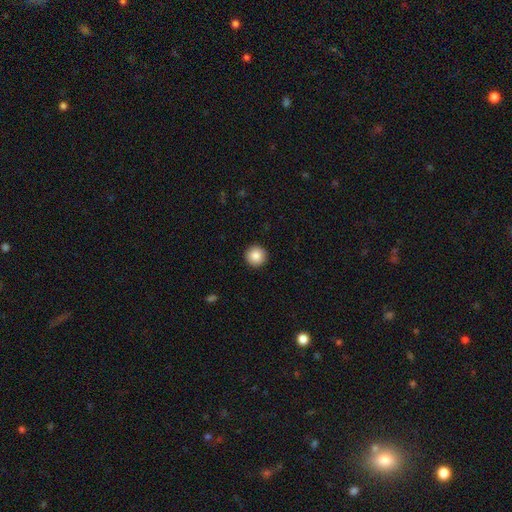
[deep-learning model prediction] Smooth or featured: smooth — 86% (star or artifact — 9%)
How rounded: round — 96% (in between — 3%)
Merging: none — 93% (minor disturbance — 4%)